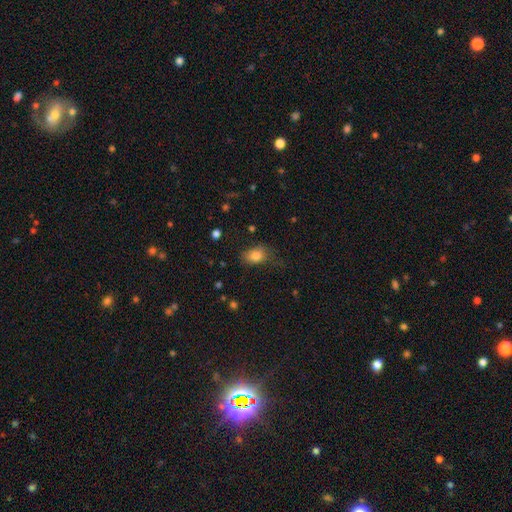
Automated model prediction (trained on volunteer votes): Overall: smooth (83%). How rounded: in between (74%). Merging: none (58%; minor disturbance 27%).